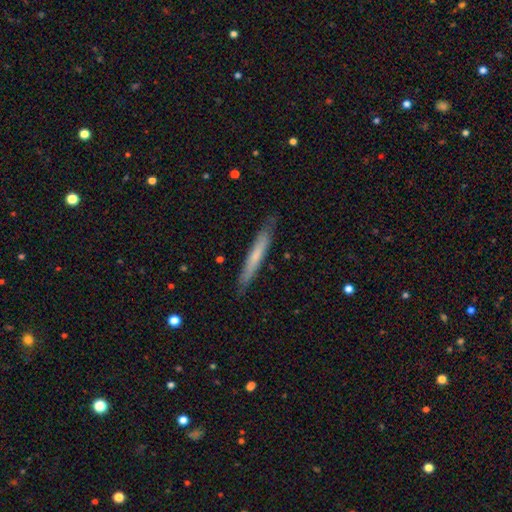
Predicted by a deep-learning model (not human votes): Smooth or featured? smooth (59%)
How rounded? cigar-shaped (95%)
Merging? none (84%)